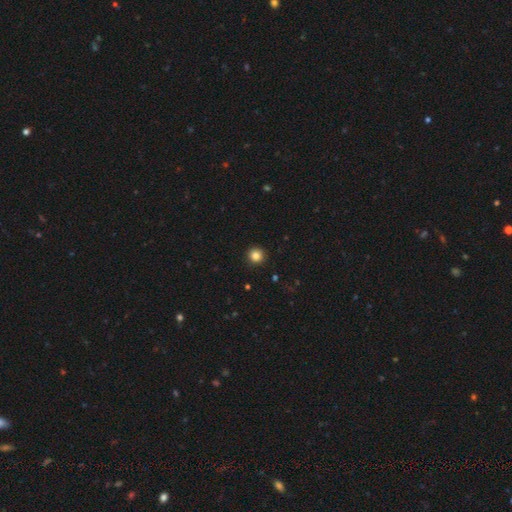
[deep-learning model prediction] smooth_or_featured: smooth (p=0.85) [alt: star or artifact p=0.11]
how_rounded: round (p=0.95) [alt: in between p=0.04]
merging: none (p=0.93) [alt: minor disturbance p=0.04]